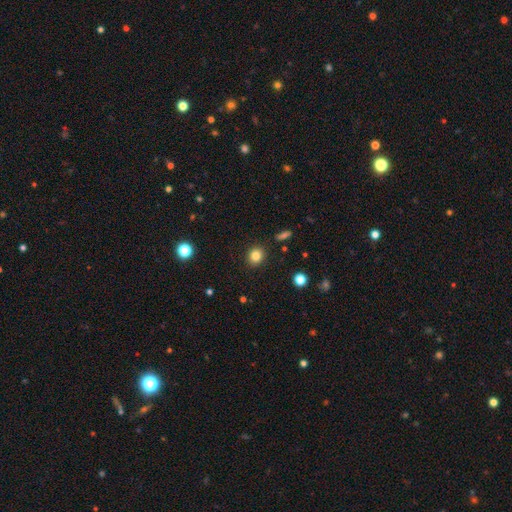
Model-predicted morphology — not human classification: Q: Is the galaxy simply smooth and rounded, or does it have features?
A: smooth — 83%.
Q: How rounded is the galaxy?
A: round — 75%.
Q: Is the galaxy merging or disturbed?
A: none — 90%.